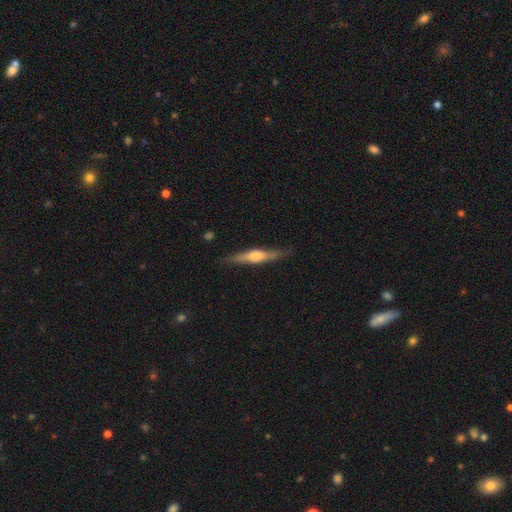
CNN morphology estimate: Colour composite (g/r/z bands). It shows a featured or disk galaxy (67%) viewed edge-on (97%) with a rounded central bulge (83%). Merging: none (86%).